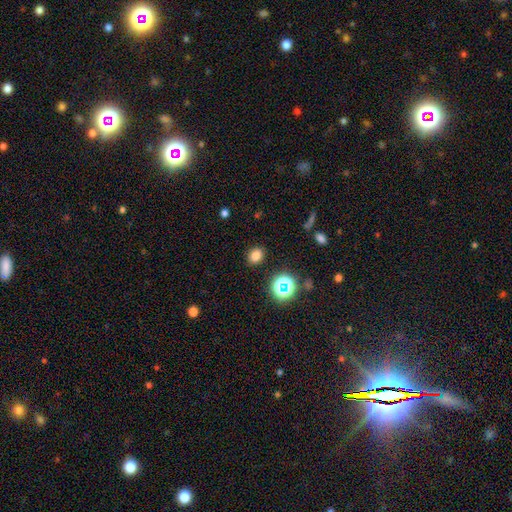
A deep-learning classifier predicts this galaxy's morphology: A smooth galaxy with no disk features (78%) that is in between round and cigar-shaped (53%).

Vote fractions:
- Smooth or featured? smooth: 78% / star or artifact: 17% / featured or disk: 5%
- How rounded? in between: 53% / round: 46% / cigar-shaped: 1%
- Merging? none: 88% / minor disturbance: 8% / major disturbance: 3% / merger: 2%